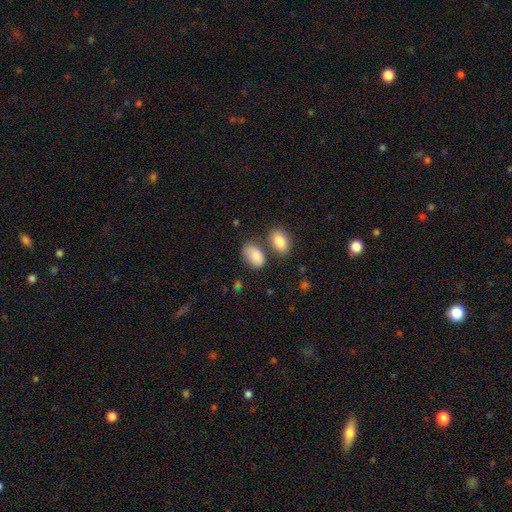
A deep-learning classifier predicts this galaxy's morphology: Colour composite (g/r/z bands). It shows a smooth galaxy with no disk features (85%) that is in between round and cigar-shaped (92%). Merging: none (58%).